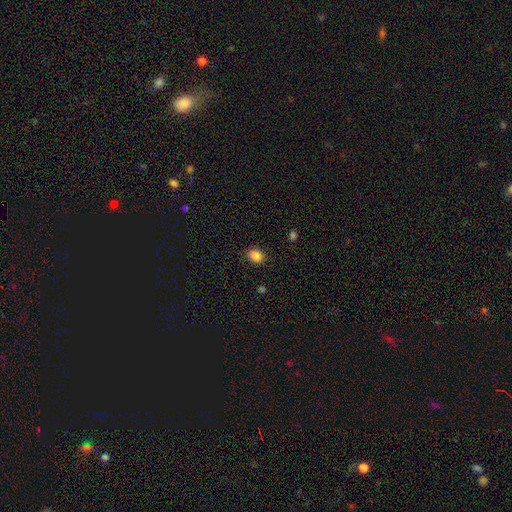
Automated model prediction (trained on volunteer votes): Overall: smooth (86%). How rounded: in between (51%; round 48%). Merging: none (88%).